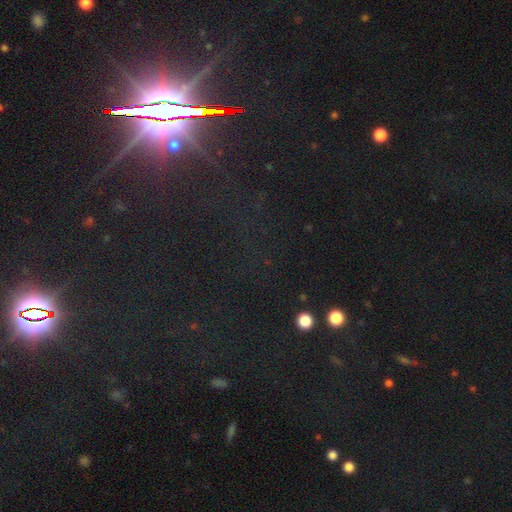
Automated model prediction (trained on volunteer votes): Overall: star or artifact (83%).